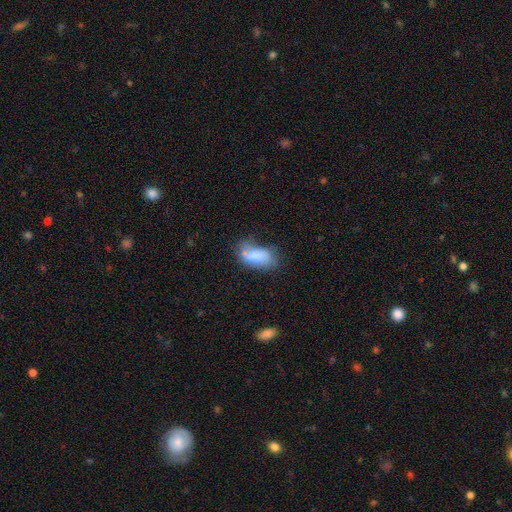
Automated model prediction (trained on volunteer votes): Smooth or featured? Predicted: smooth (p=0.72). How rounded? Predicted: in between (p=0.90). Merging? Predicted: none (p=0.35).